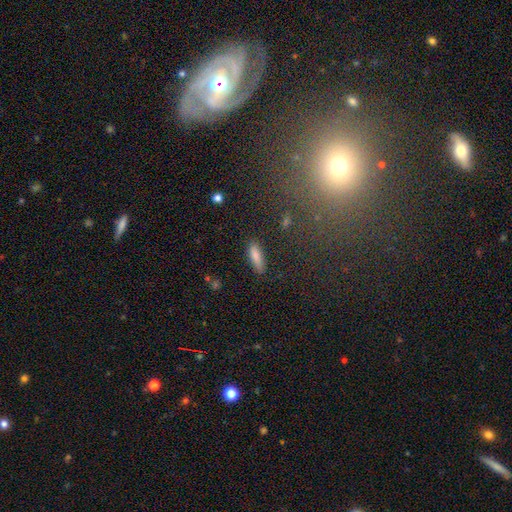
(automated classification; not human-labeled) This appears to be a smooth galaxy with no disk features (83%) that is cigar-shaped (53%). Merging: none (83%).